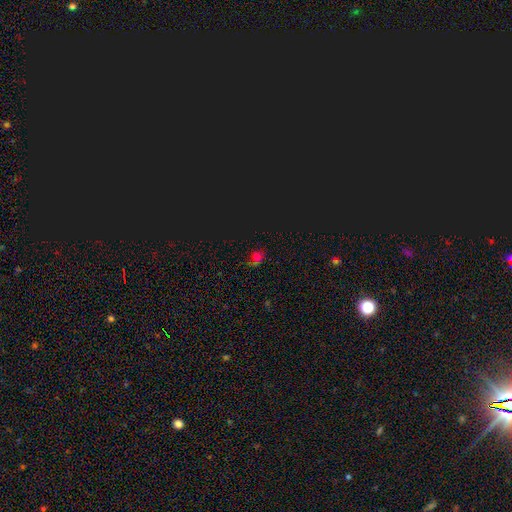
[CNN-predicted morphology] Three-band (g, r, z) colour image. It shows a star or artifact, not a galaxy (52%).